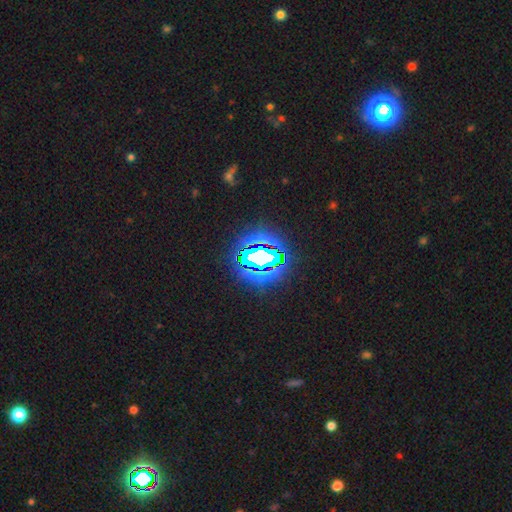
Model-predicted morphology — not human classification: The model was most divided on "smooth or featured": star or artifact: 67%, smooth: 17%, featured or disk: 16%.